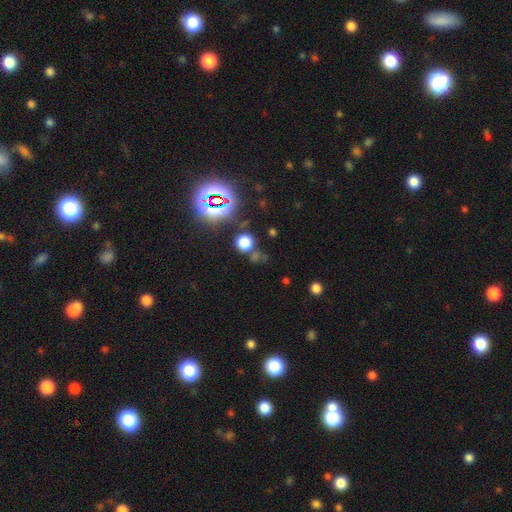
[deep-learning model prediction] Smooth or featured? star or artifact (57%)